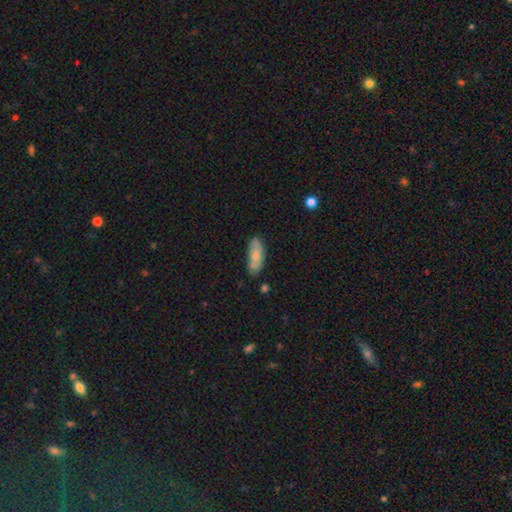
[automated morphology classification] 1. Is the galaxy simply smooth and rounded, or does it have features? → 69% smooth, 25% featured or disk, 6% star or artifact.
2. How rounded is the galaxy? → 75% in between, 23% cigar-shaped, 2% round.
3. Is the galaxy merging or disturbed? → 68% none, 22% minor disturbance, 6% merger, 4% major disturbance.